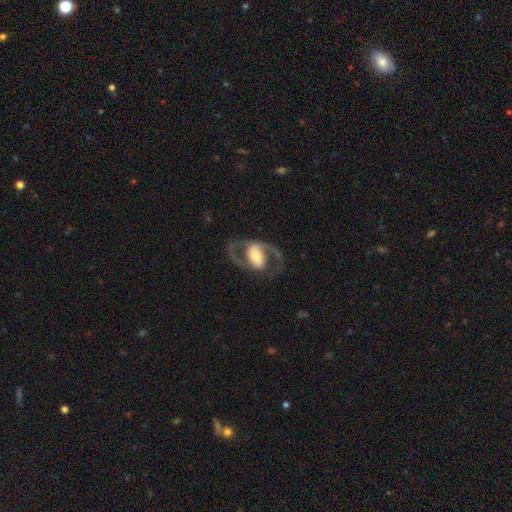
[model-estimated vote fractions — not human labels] featured or disk 87%, smooth 9%, star or artifact 5%. Down the decision tree: edge-on disk — no (96%); bar — strong (38%); spiral arms — yes (92%); spiral arm count — 2 (92%); spiral winding — medium (58%); bulge size — moderate (53%); merging — none (76%).